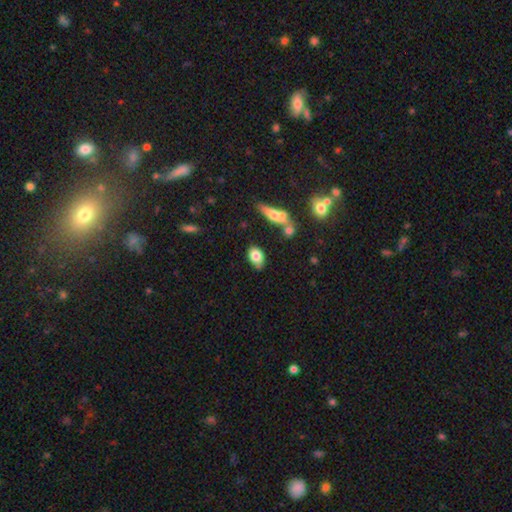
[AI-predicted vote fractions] smooth-or-featured: smooth: 80% | featured or disk: 12% | star or artifact: 8%
  how-rounded: in between: 84% | round: 13% | cigar-shaped: 3%
  merging: none: 68% | minor disturbance: 21% | merger: 7% | major disturbance: 5%